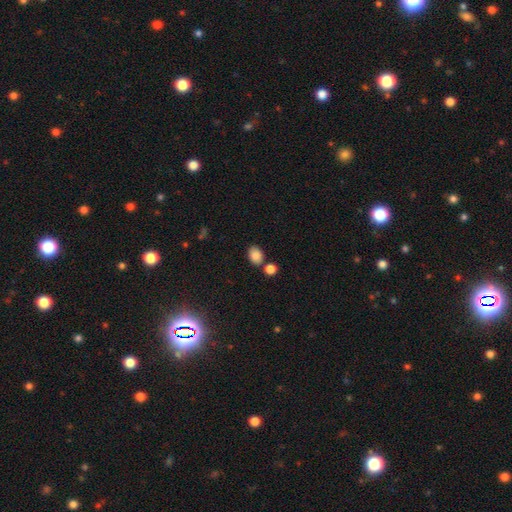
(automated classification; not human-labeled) smooth 83%, star or artifact 10%, featured or disk 7%. Down the decision tree: how rounded — in between (68%); merging — none (72%).